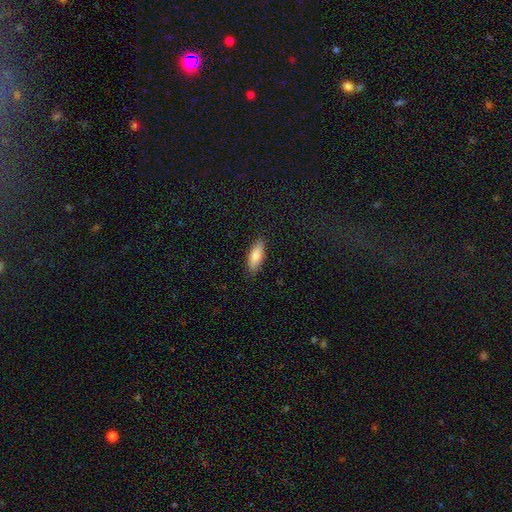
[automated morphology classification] Smooth or featured?
  - smooth: 82% *
  - featured or disk: 12%
  - star or artifact: 6%
How rounded?
  - in between: 69% *
  - cigar-shaped: 29%
  - round: 2%
Merging?
  - none: 86% *
  - minor disturbance: 11%
  - major disturbance: 2%
  - merger: 1%